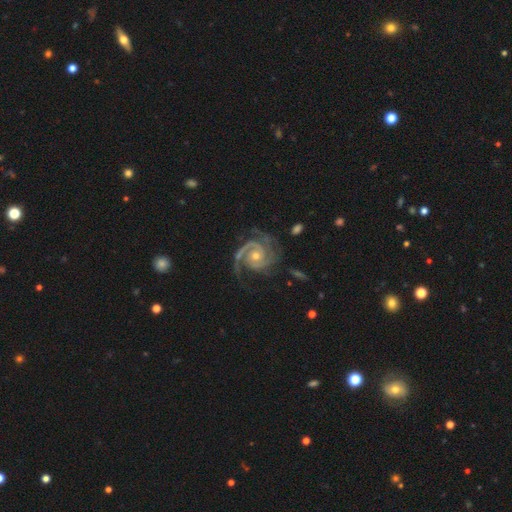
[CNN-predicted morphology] This appears to be a featured or disk galaxy (94%) with no bar (71%), 2 (54%) tight (60%) spiral arms (99%) and a moderate central bulge (55%). Merging: none (68%).